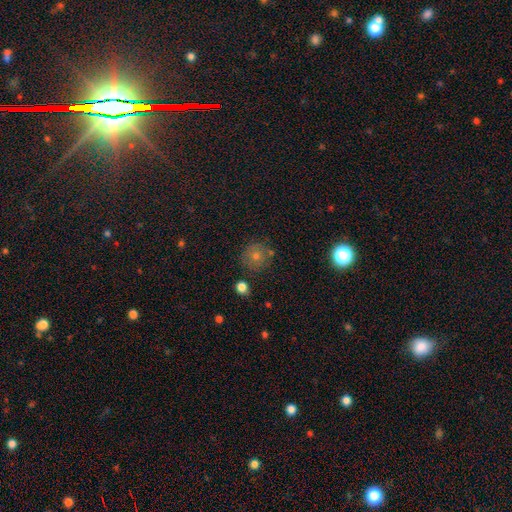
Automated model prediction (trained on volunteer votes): This appears to be a smooth galaxy with no disk features (62%) that is round (93%). Merging: none (83%).